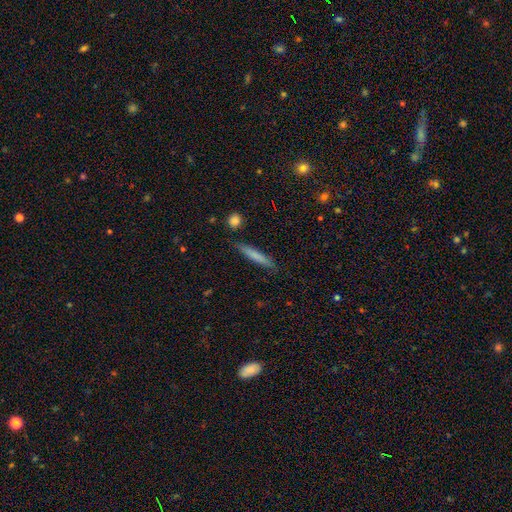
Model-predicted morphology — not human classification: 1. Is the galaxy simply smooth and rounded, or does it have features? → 72% smooth, 21% featured or disk, 6% star or artifact.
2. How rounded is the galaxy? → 93% cigar-shaped, 6% in between, 1% round.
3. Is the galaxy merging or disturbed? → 86% none, 10% minor disturbance, 2% merger, 2% major disturbance.